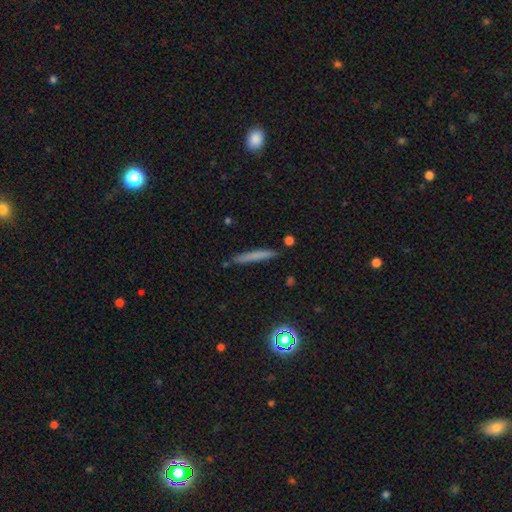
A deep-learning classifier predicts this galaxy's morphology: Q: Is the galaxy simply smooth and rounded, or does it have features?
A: smooth — 68%.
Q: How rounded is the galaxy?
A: cigar-shaped — 95%.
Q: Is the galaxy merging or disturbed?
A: none — 85%.